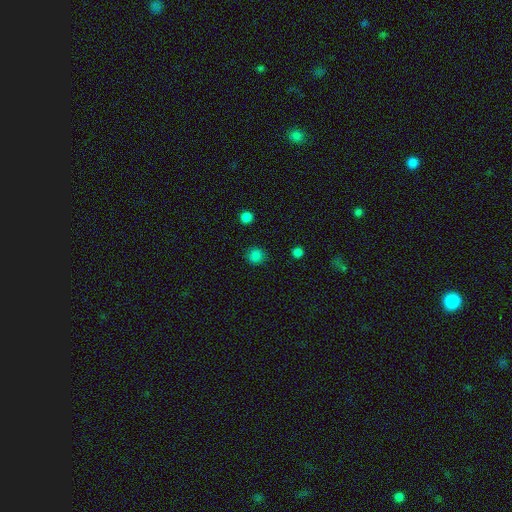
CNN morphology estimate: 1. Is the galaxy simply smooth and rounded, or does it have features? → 83% smooth, 14% star or artifact, 3% featured or disk.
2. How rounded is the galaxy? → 91% round, 8% in between, 1% cigar-shaped.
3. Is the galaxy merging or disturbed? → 89% none, 7% minor disturbance, 2% major disturbance, 2% merger.